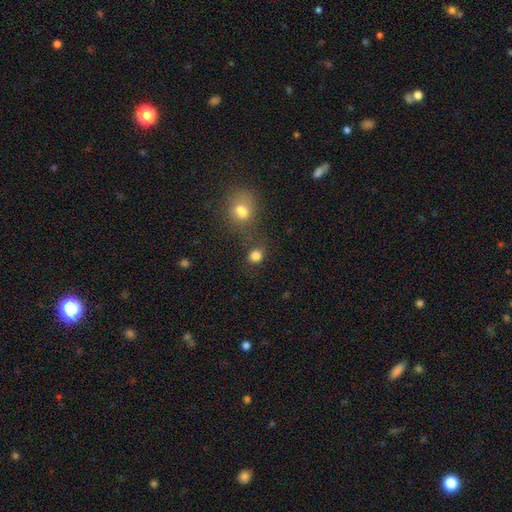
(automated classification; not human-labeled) The model was most divided on "merging": none: 64%, merger: 20%, minor disturbance: 11%, major disturbance: 5%. More confident: smooth or featured — smooth (81%); how rounded — round (77%).